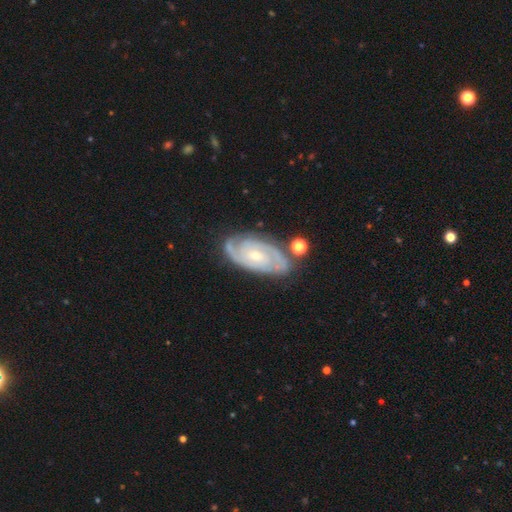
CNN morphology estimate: Smooth or featured?
  - featured or disk: 89% *
  - smooth: 6%
  - star or artifact: 5%
Edge-on disk?
  - no: 96% *
  - yes: 4%
Bar?
  - no: 59% *
  - weak: 32%
  - strong: 9%
Spiral arms?
  - yes: 98% *
  - no: 2%
Spiral winding?
  - tight: 68% *
  - medium: 28%
  - loose: 4%
Spiral arm count?
  - 2: 65% *
  - 3: 15%
  - can't tell: 11%
  - 4: 4%
  - 1: 3%
  - more than 4: 3%
Bulge size?
  - small: 64% *
  - moderate: 33%
  - none: 2%
  - large: 1%
  - dominant: 1%
Merging?
  - none: 76% *
  - minor disturbance: 16%
  - merger: 4%
  - major disturbance: 4%